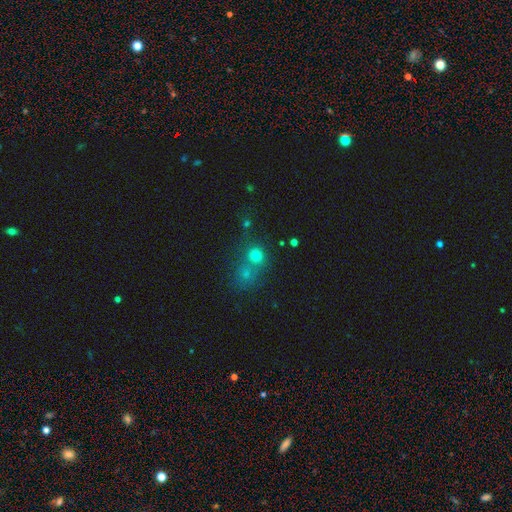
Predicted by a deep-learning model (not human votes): This is likely a smooth galaxy (72%). How rounded: clearly round (83%). Merging: marginally none (45%).